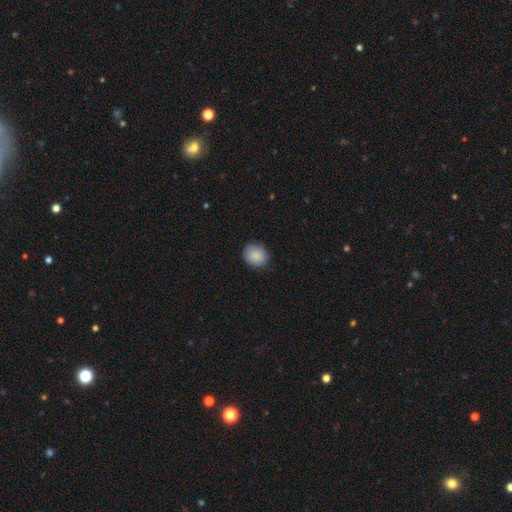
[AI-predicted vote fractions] smooth_or_featured: smooth (p=0.87) [alt: star or artifact p=0.07]
how_rounded: round (p=0.79) [alt: in between p=0.20]
merging: none (p=0.86) [alt: minor disturbance p=0.11]